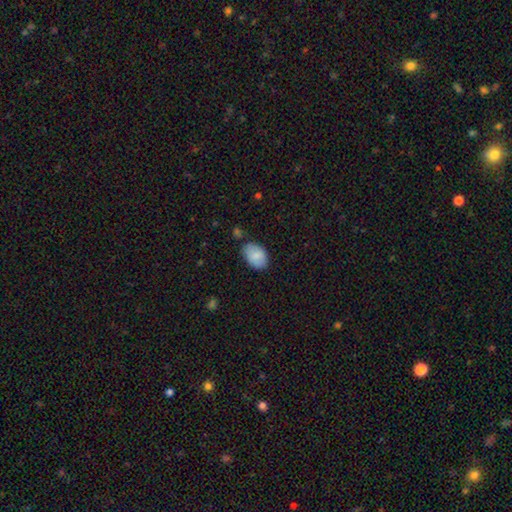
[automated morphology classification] The model was most divided on "merging": none: 71%, minor disturbance: 22%, major disturbance: 4%, merger: 4%. More confident: how rounded — in between (87%); smooth or featured — smooth (84%).